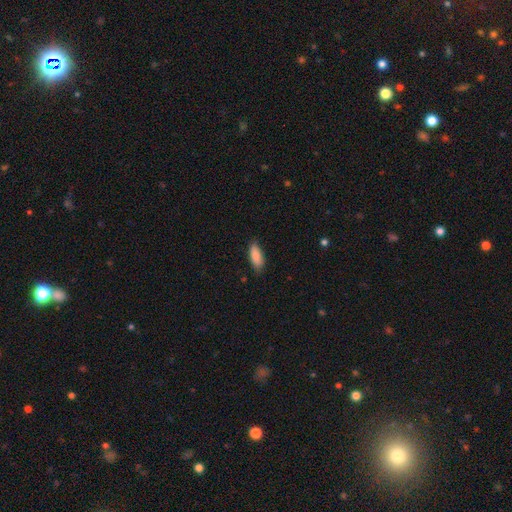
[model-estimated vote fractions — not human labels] This appears to be a smooth galaxy with no disk features (87%) that is in between round and cigar-shaped (76%). Merging: none (81%).